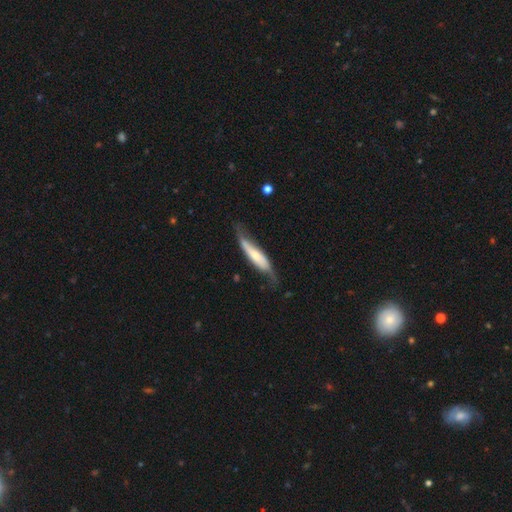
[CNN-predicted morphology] type=featured or disk (56%); edge-on=yes (51%); merging=none (51%).